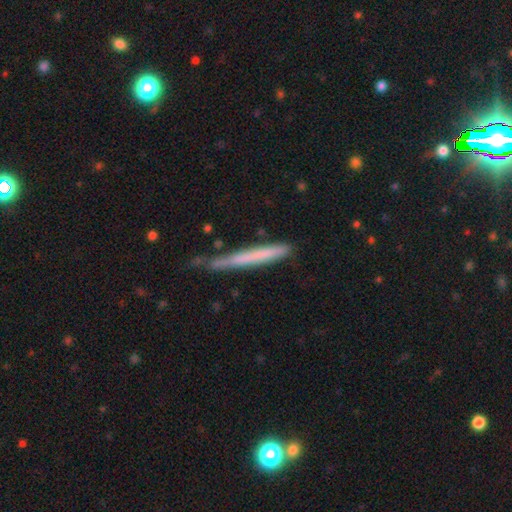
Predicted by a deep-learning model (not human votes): smooth 62%, featured or disk 32%, star or artifact 7%. Down the decision tree: how rounded — cigar-shaped (97%); merging — none (68%).